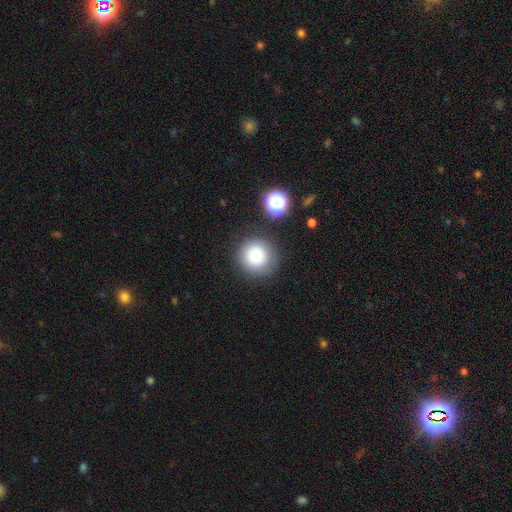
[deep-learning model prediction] A smooth galaxy with no disk features (80%) that is round (95%). Merging: none (83%).